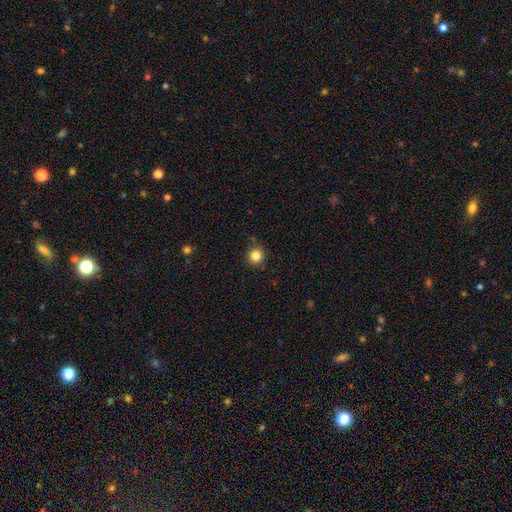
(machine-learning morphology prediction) smooth 84%, star or artifact 12%, featured or disk 5%. Down the decision tree: how rounded — round (93%); merging — none (88%).